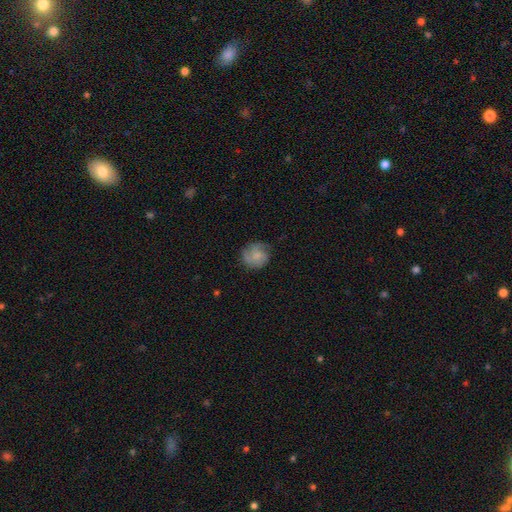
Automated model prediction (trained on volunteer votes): smooth-or-featured: smooth: 54% | featured or disk: 38% | star or artifact: 8%
  how-rounded: round: 83% | in between: 16% | cigar-shaped: 1%
  merging: none: 70% | minor disturbance: 21% | major disturbance: 7% | merger: 1%